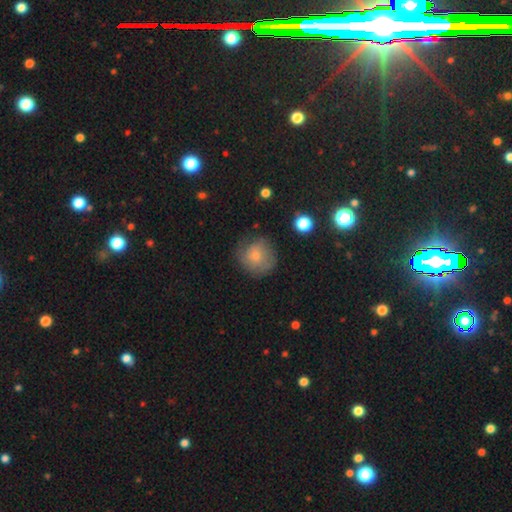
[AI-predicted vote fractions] Smooth or featured?
  - smooth: 70% *
  - featured or disk: 21%
  - star or artifact: 9%
How rounded?
  - round: 86% *
  - in between: 13%
  - cigar-shaped: 1%
Merging?
  - none: 62% *
  - minor disturbance: 25%
  - major disturbance: 11%
  - merger: 2%